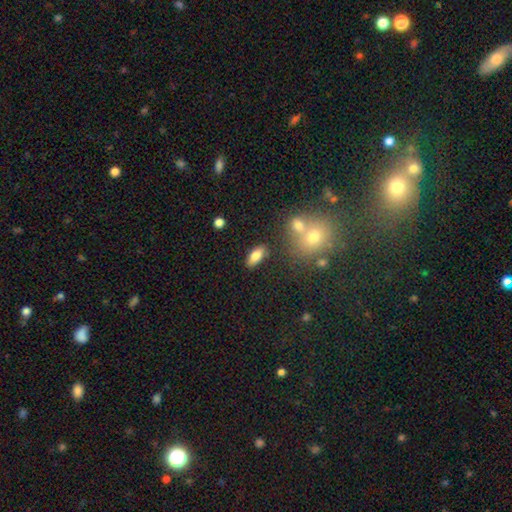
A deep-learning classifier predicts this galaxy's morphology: A smooth galaxy with no disk features (78%) that is in between round and cigar-shaped (85%).

Vote fractions:
- Smooth or featured? smooth: 78% / featured or disk: 14% / star or artifact: 8%
- How rounded? in between: 85% / cigar-shaped: 11% / round: 4%
- Merging? none: 82% / minor disturbance: 10% / merger: 5% / major disturbance: 3%